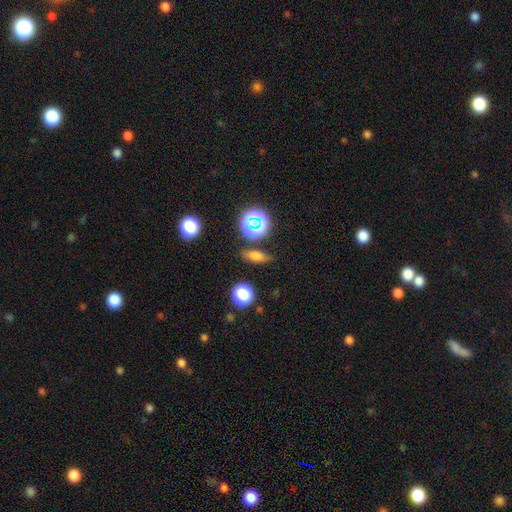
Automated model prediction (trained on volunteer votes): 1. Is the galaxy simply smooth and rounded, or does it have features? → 67% smooth, 21% star or artifact, 12% featured or disk.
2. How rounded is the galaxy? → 57% in between, 26% cigar-shaped, 17% round.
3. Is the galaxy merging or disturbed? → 82% none, 12% minor disturbance, 4% major disturbance, 3% merger.